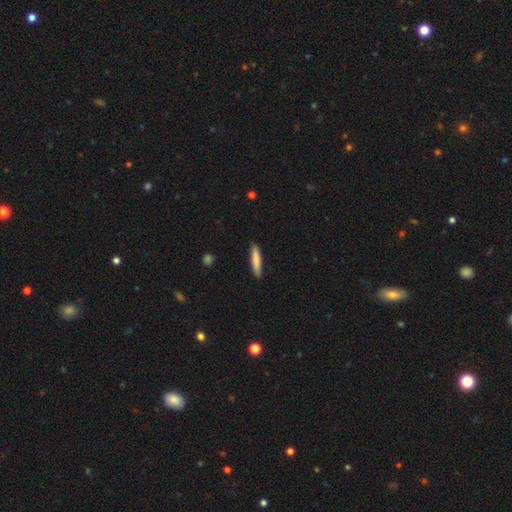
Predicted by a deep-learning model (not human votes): Smooth or featured? smooth (73%)
How rounded? cigar-shaped (90%)
Merging? none (90%)